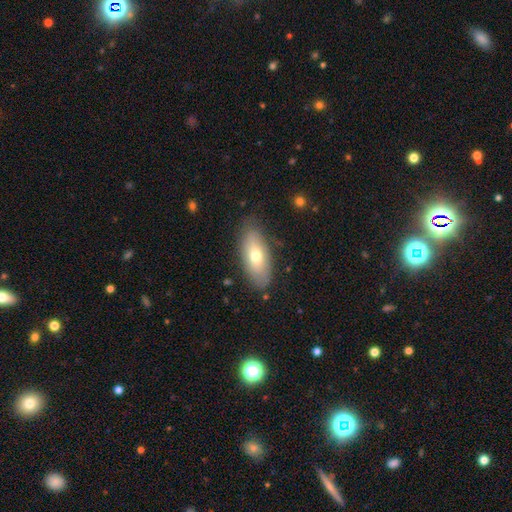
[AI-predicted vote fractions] A smooth galaxy with no disk features (63%) that is in between round and cigar-shaped (86%).

Vote fractions:
- Smooth or featured? smooth: 63% / featured or disk: 30% / star or artifact: 7%
- How rounded? in between: 86% / cigar-shaped: 11% / round: 3%
- Merging? none: 80% / minor disturbance: 15% / major disturbance: 4% / merger: 1%